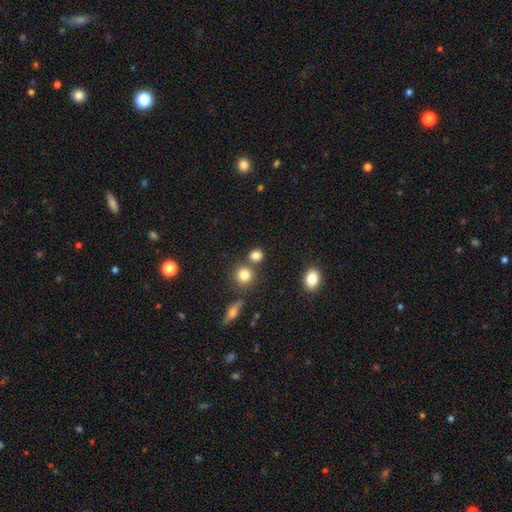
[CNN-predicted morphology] Q: Smooth or featured?
A: smooth (82%); runner-up: star or artifact (12%)
Q: How rounded?
A: round (73%); runner-up: in between (25%)
Q: Merging?
A: none (68%); runner-up: merger (19%)